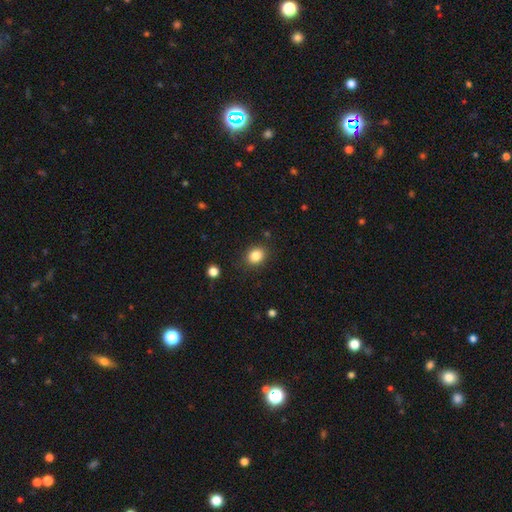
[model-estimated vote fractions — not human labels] Overall: smooth (86%). How rounded: round (61%; in between 38%). Merging: none (86%).